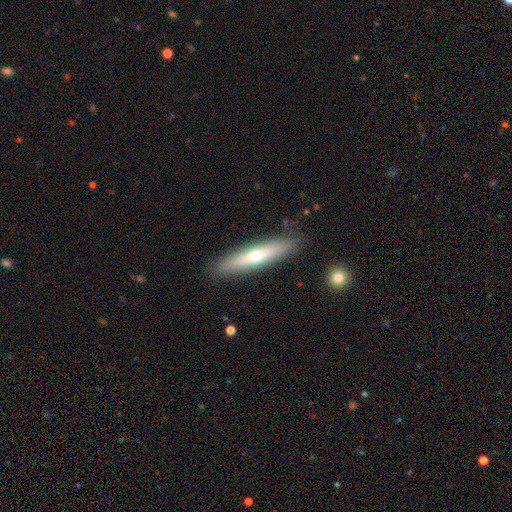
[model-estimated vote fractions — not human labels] A featured or disk galaxy (50%).

Vote fractions:
- Smooth or featured? featured or disk: 50% / smooth: 45% / star or artifact: 6%
- Merging? none: 89% / minor disturbance: 8% / major disturbance: 2% / merger: 1%